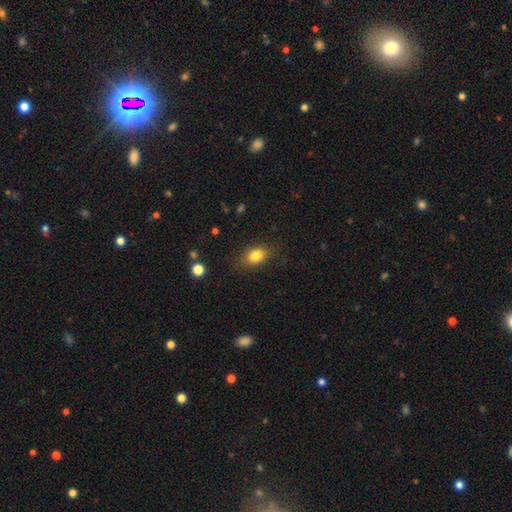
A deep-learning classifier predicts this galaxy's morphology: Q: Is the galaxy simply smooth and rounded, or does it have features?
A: smooth — 82%.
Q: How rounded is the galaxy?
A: in between — 72%.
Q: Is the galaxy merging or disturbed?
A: none — 81%.